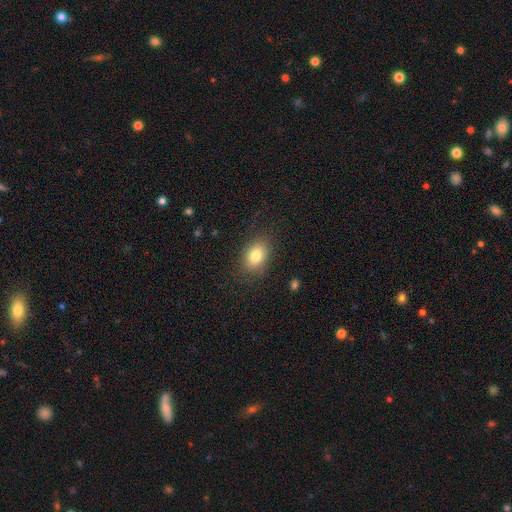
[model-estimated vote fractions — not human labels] Smooth or featured: smooth — 80% (featured or disk — 10%)
How rounded: in between — 77% (round — 22%)
Merging: none — 84% (minor disturbance — 11%)